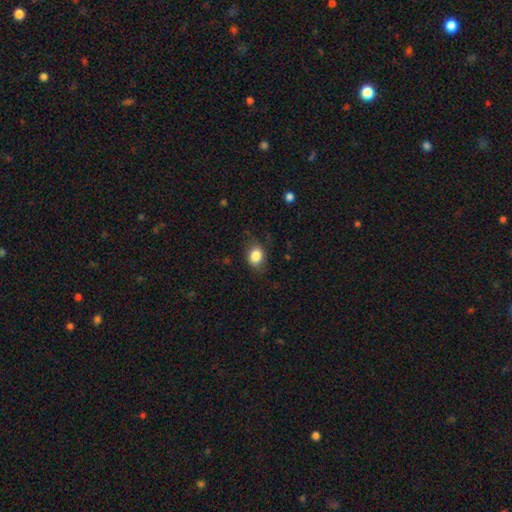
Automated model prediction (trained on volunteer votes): This appears to be a smooth galaxy with no disk features (84%) that is in between round and cigar-shaped (57%). Merging: none (74%).